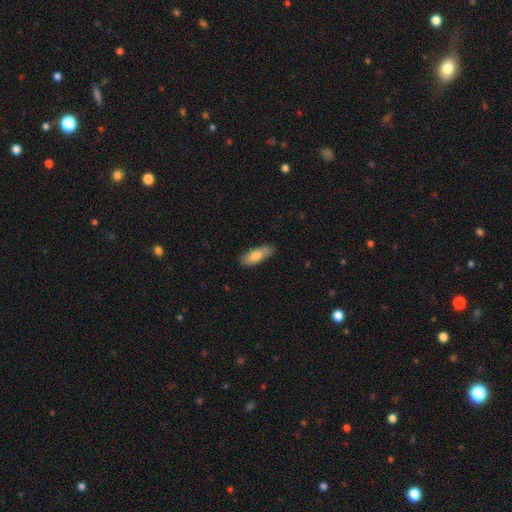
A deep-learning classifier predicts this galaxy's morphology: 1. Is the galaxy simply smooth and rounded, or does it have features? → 80% smooth, 14% featured or disk, 6% star or artifact.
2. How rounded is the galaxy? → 69% in between, 29% cigar-shaped, 2% round.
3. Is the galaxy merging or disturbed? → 83% none, 13% minor disturbance, 2% major disturbance, 1% merger.